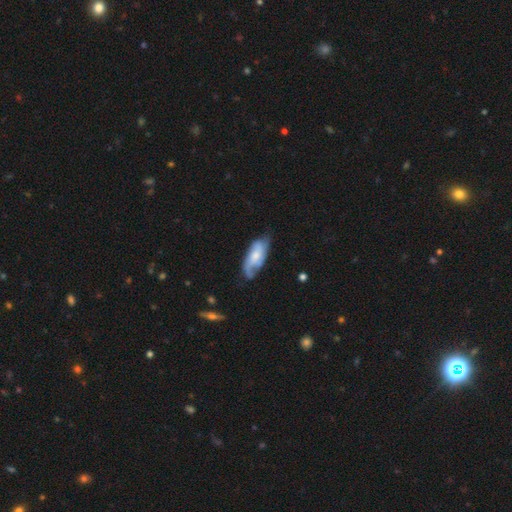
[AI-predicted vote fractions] Morphology: type=featured or disk (57%); edge-on=no (88%); bar=no (66%); spiral arms=yes (87%); bulge=moderate (43%); merging=none (56%).